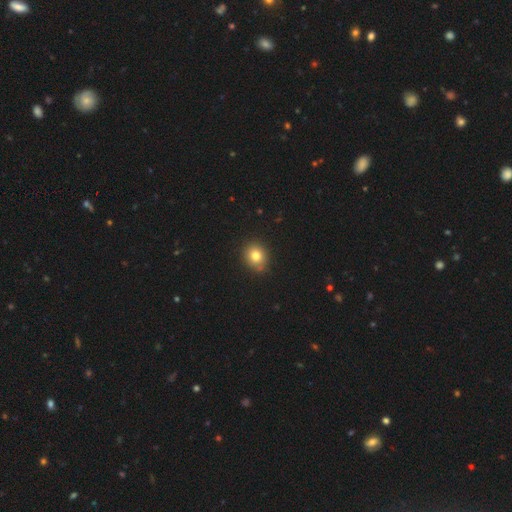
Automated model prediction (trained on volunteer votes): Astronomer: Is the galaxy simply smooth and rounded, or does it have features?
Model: smooth — 80%.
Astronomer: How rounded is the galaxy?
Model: round — 70%.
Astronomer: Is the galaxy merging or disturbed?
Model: none — 83%.